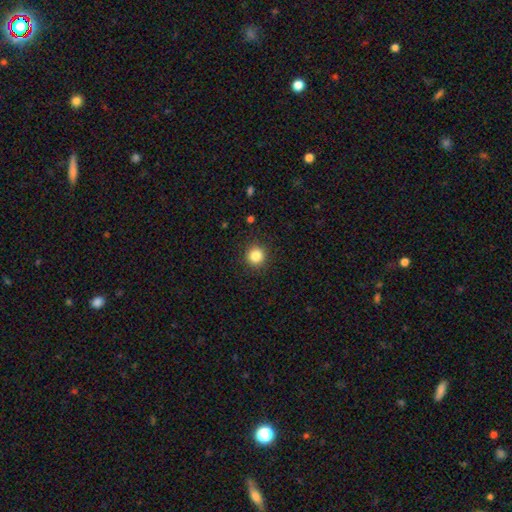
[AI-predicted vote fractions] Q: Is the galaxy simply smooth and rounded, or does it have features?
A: smooth — 84%.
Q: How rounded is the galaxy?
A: round — 95%.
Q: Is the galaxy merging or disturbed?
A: none — 91%.